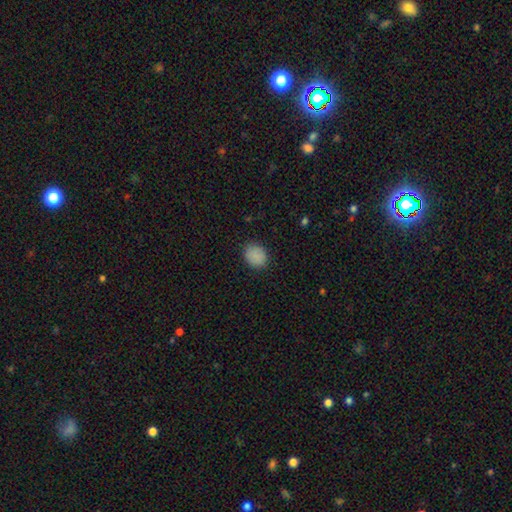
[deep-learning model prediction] Smooth or featured? smooth (88%)
How rounded? round (59%)
Merging? none (86%)